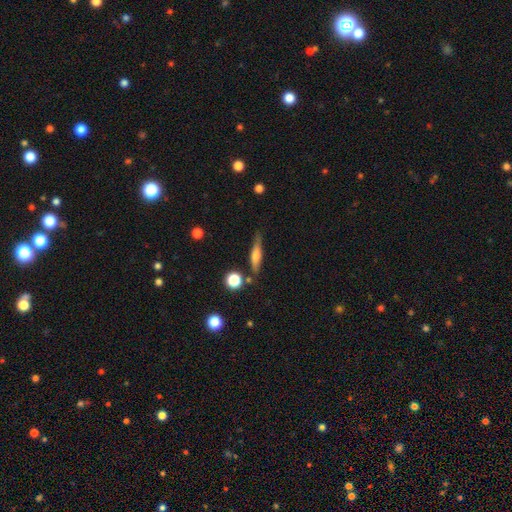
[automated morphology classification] Smooth or featured?
  - smooth: 52% *
  - featured or disk: 39%
  - star or artifact: 8%
How rounded?
  - cigar-shaped: 75% *
  - in between: 21%
  - round: 4%
Merging?
  - none: 75% *
  - minor disturbance: 17%
  - merger: 4%
  - major disturbance: 4%